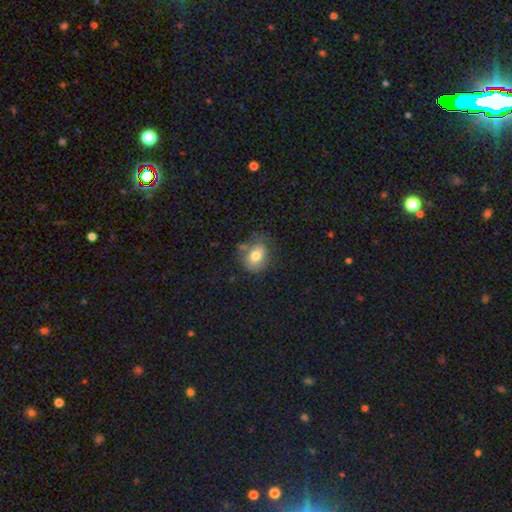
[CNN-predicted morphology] Overall: smooth (75%). How rounded: round (51%; in between 48%). Merging: none (59%; minor disturbance 25%).